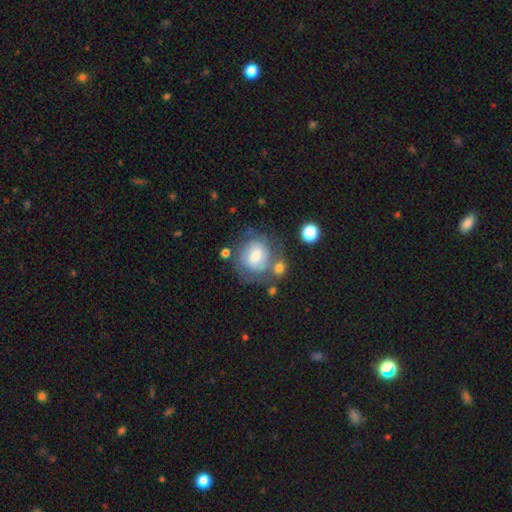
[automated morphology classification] type=smooth (46%); merging=none (54%).